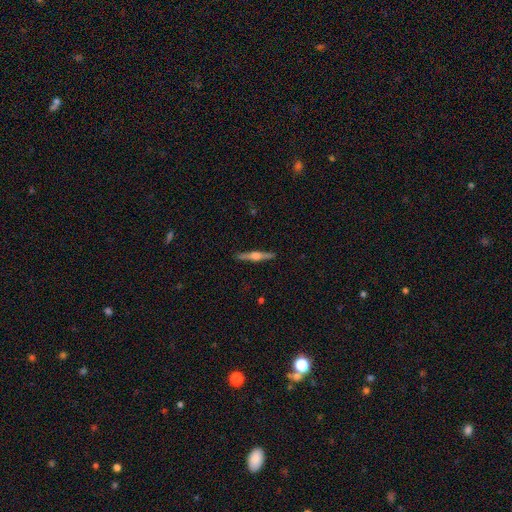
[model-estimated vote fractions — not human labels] smooth-or-featured: featured or disk: 75% | smooth: 19% | star or artifact: 6%
  disk-edge-on: yes: 98% | no: 2%
    edge-on-bulge: rounded: 86% | boxy: 10% | none: 4%
  merging: none: 91% | minor disturbance: 6% | major disturbance: 1% | merger: 1%